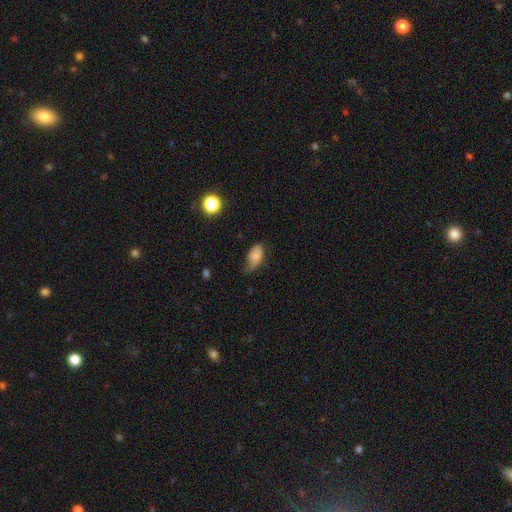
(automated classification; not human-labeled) This is likely a smooth galaxy (70%). How rounded: clearly in between (90%). Merging: marginally minor disturbance (41%).